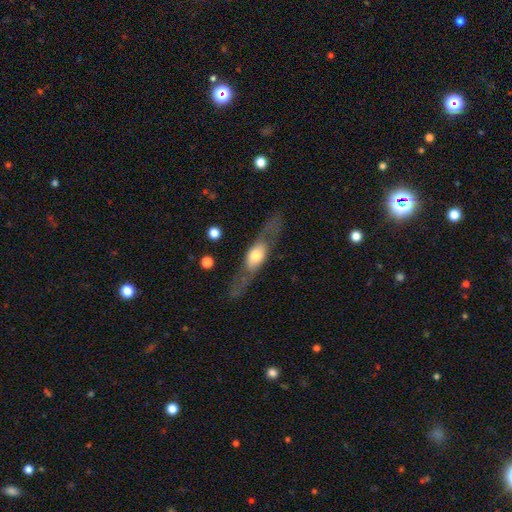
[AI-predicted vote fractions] Smooth or featured? Predicted: featured or disk (p=0.60). Edge-on disk? Predicted: yes (p=0.65). Merging? Predicted: none (p=0.70).